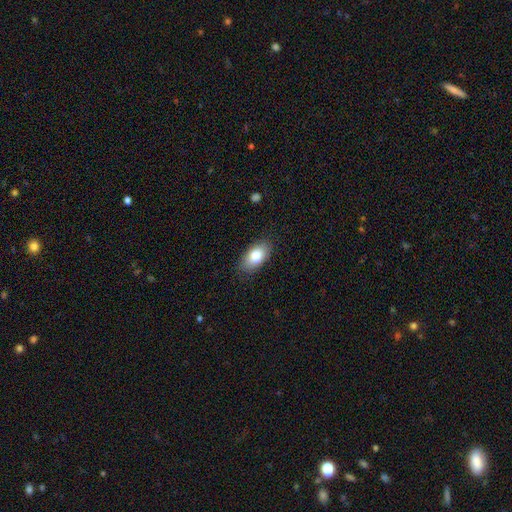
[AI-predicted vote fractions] This is clearly a smooth galaxy (81%). How rounded: clearly in between (92%). Merging: clearly none (85%).